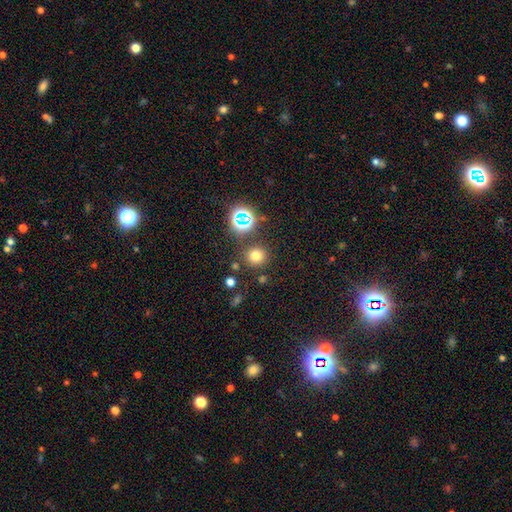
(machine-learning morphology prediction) smooth_or_featured: smooth (p=0.70) [alt: star or artifact p=0.23]
how_rounded: round (p=0.92) [alt: in between p=0.07]
merging: none (p=0.83) [alt: minor disturbance p=0.08]